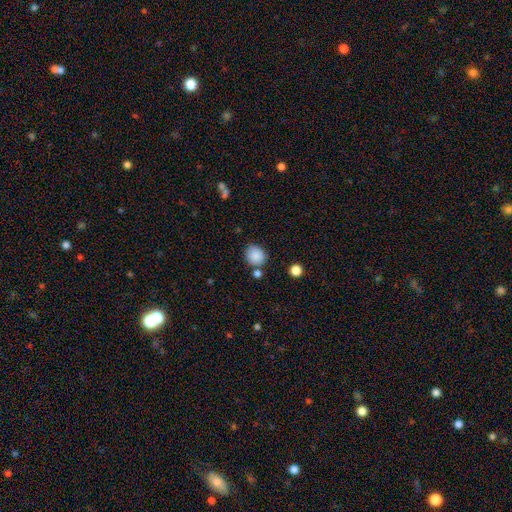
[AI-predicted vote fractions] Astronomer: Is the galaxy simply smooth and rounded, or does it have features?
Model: smooth — 87%.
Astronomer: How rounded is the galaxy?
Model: round — 77%.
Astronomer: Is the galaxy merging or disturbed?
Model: none — 74%.